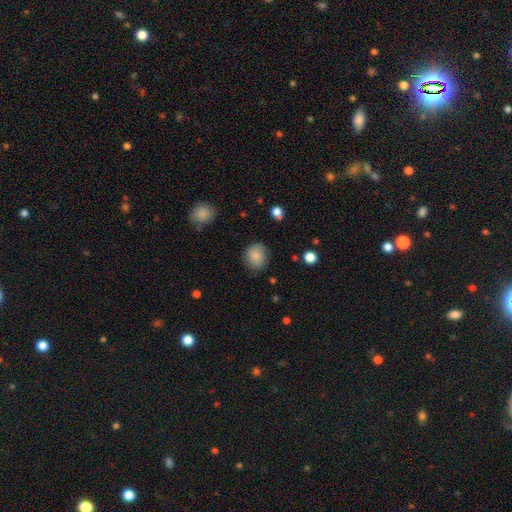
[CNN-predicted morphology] Overall: smooth (82%). How rounded: round (77%). Merging: none (79%).